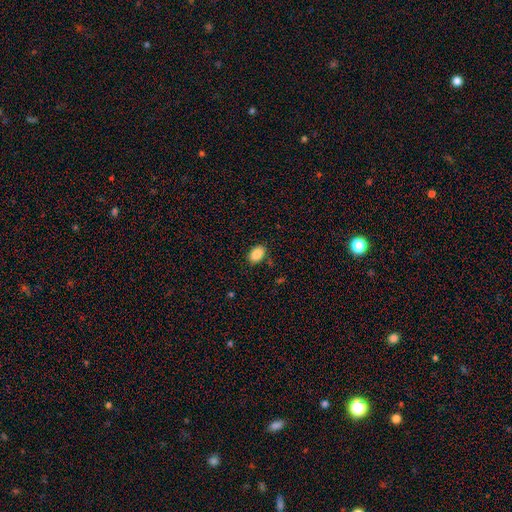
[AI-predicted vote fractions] Smooth or featured? smooth (88%)
How rounded? in between (89%)
Merging? none (85%)